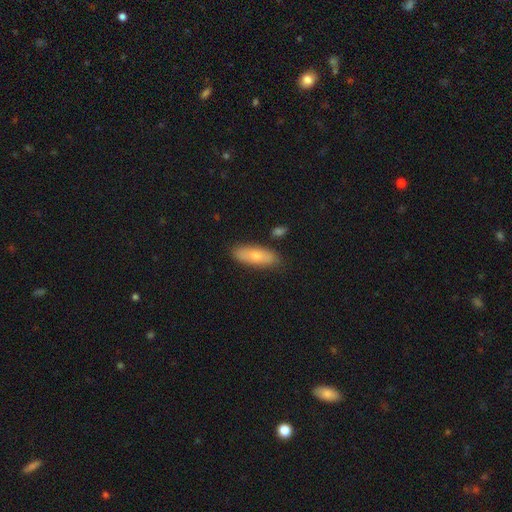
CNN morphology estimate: This is likely a smooth galaxy (68%). How rounded: likely in between (64%). Merging: clearly none (82%).